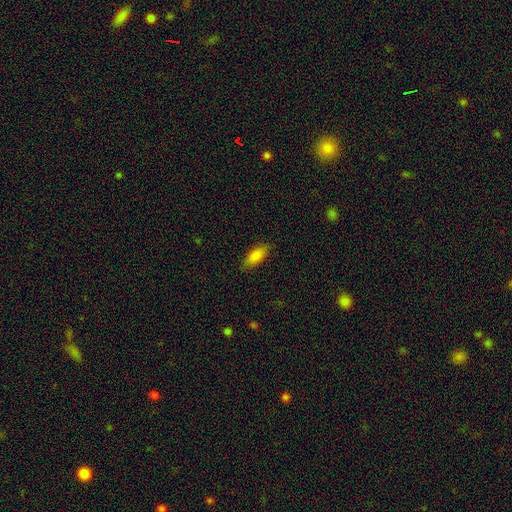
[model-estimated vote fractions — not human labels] smooth-or-featured: smooth: 84% | featured or disk: 9% | star or artifact: 7%
  how-rounded: in between: 78% | cigar-shaped: 20% | round: 2%
  merging: none: 85% | minor disturbance: 12% | major disturbance: 2% | merger: 1%